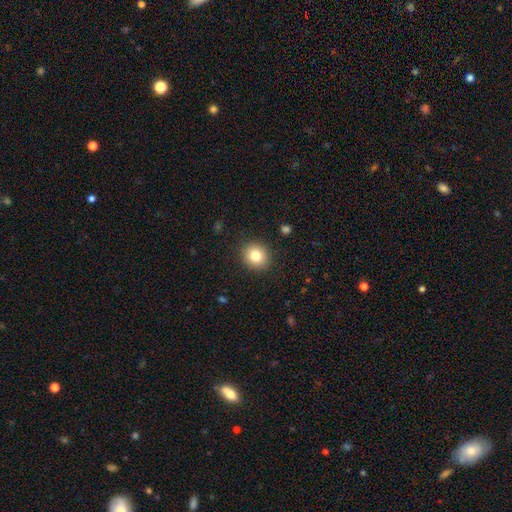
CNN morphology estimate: Smooth or featured? Predicted: smooth (p=0.81). How rounded? Predicted: round (p=0.82). Merging? Predicted: none (p=0.90).